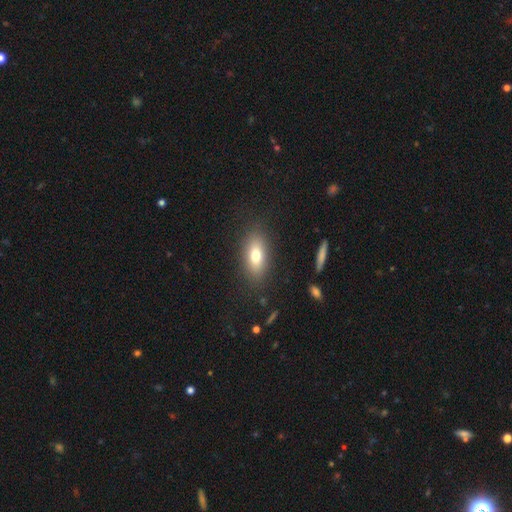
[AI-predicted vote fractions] Smooth or featured?
  - smooth: 73% *
  - featured or disk: 18%
  - star or artifact: 9%
How rounded?
  - in between: 81% *
  - cigar-shaped: 12%
  - round: 7%
Merging?
  - none: 84% *
  - minor disturbance: 10%
  - major disturbance: 4%
  - merger: 2%